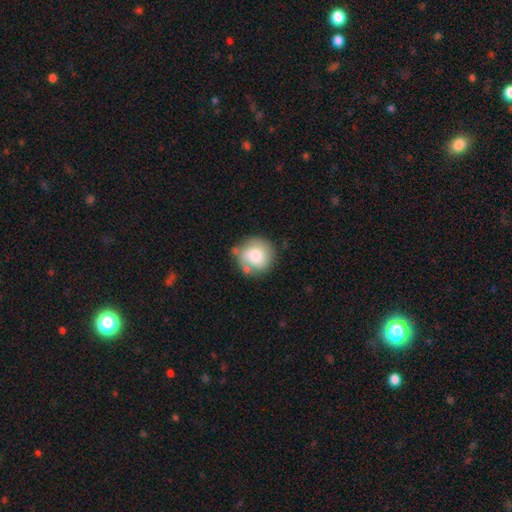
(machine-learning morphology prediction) A smooth galaxy with no disk features (69%) that is round (88%). Merging: none (62%).